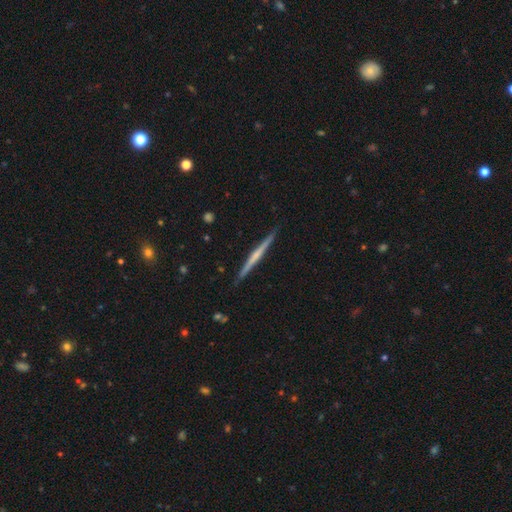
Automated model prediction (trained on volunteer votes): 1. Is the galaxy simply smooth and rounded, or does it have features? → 65% featured or disk, 29% smooth, 5% star or artifact.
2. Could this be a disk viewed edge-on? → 98% yes, 2% no.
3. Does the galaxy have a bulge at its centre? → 57% none, 33% rounded, 10% boxy.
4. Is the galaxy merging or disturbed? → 91% none, 7% minor disturbance, 1% major disturbance, 1% merger.